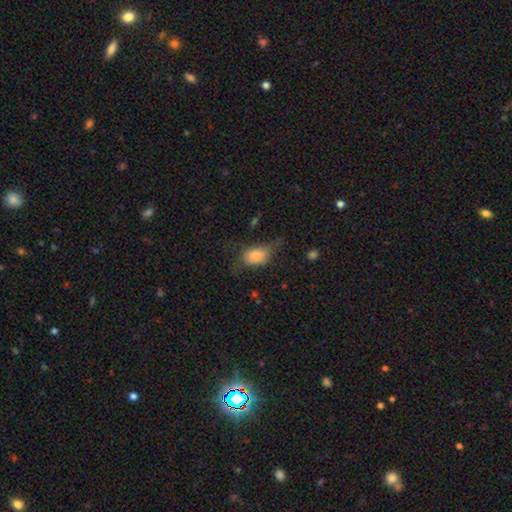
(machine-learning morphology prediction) The model was most divided on "merging": none: 38%, minor disturbance: 33%, major disturbance: 26%, merger: 2%. More confident: how rounded — in between (82%); smooth or featured — smooth (76%).